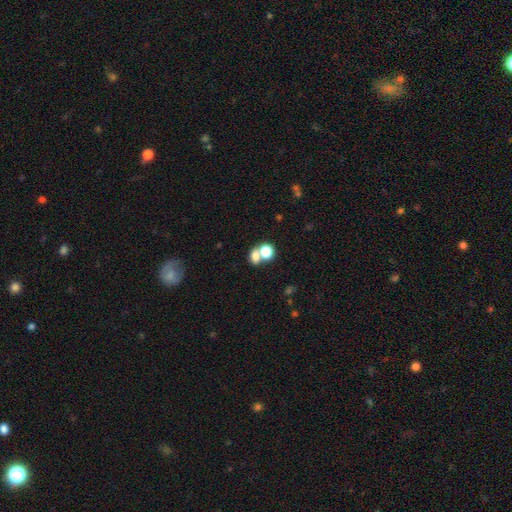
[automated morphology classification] A smooth galaxy with no disk features (72%) that is in between round and cigar-shaped (52%). Merging: merger (51%).